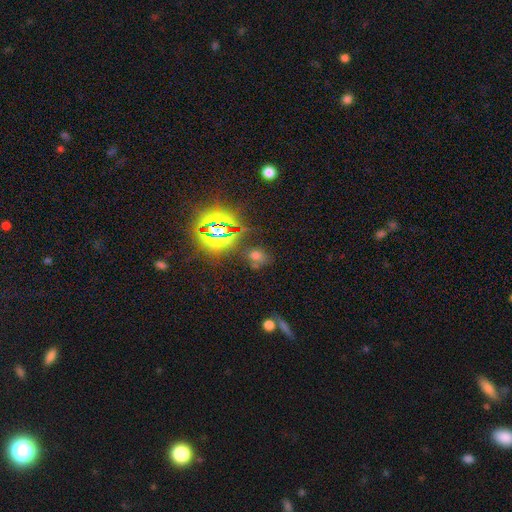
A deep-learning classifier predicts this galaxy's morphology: This appears to be a smooth galaxy with no disk features (46%). Merging: none (66%).